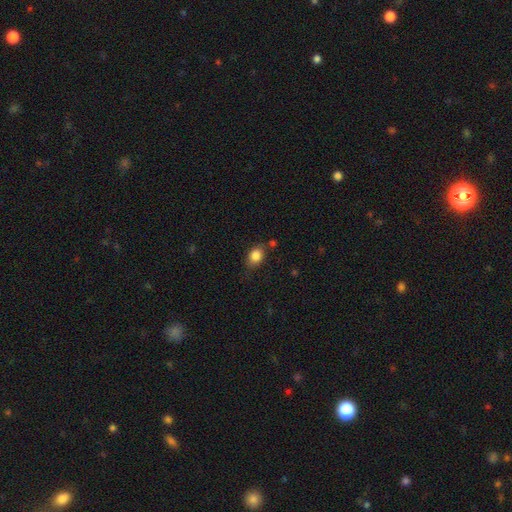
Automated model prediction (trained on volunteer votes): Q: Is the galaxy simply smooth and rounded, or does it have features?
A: smooth — 84%.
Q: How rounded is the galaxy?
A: in between — 65%.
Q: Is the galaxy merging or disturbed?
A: none — 70%.